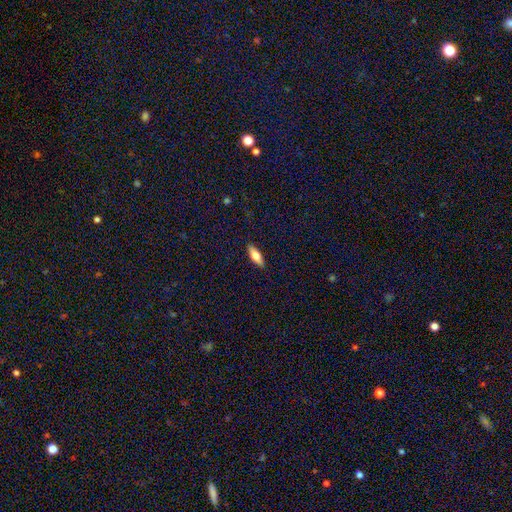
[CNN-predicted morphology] Smooth or featured? Predicted: smooth (p=0.62). How rounded? Predicted: in between (p=0.57). Merging? Predicted: none (p=0.90).